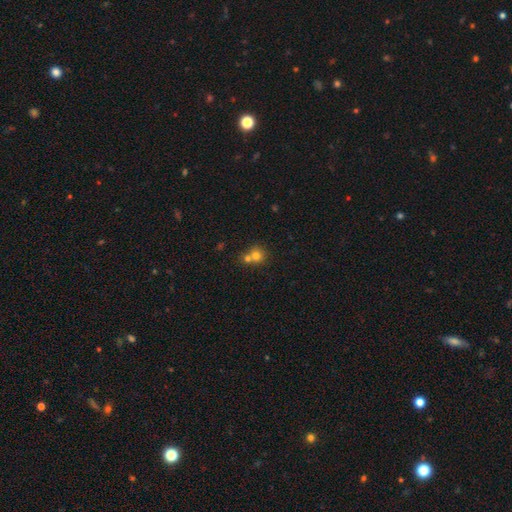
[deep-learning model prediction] This appears to be a smooth galaxy with no disk features (74%) that is round (86%). Merging: merger (48%).